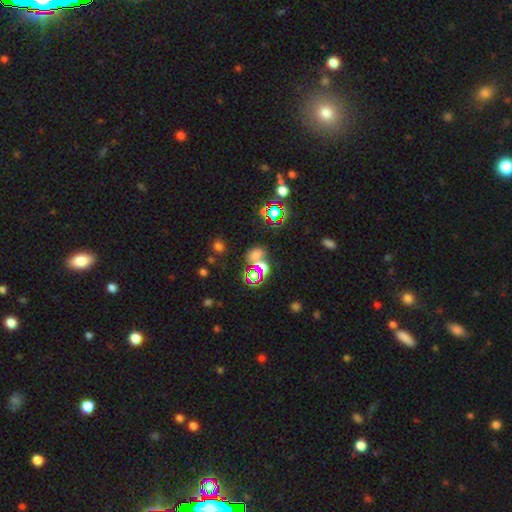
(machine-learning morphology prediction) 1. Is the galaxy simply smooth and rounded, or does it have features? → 47% star or artifact, 43% smooth, 11% featured or disk.